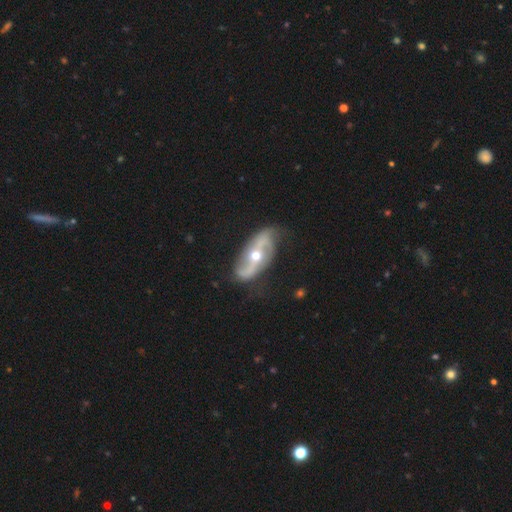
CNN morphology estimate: The model was most divided on "bar": no: 45%, strong: 29%, weak: 26%. More confident: spiral arm count — 2 (91%); spiral arms — yes (91%); edge-on disk — no (91%); smooth or featured — featured or disk (84%); merging — none (75%); bulge size — moderate (67%); spiral winding — loose (67%).